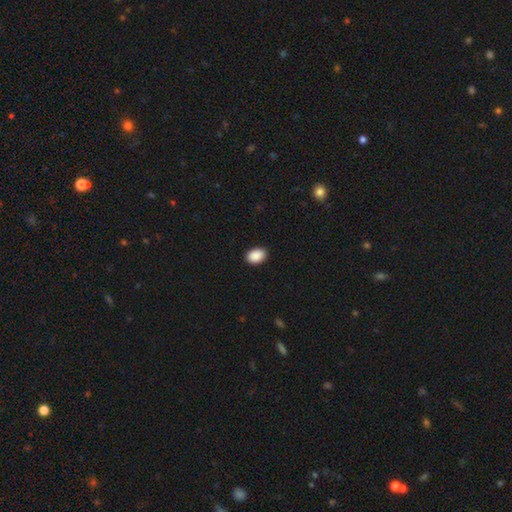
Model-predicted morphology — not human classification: A smooth galaxy with no disk features (90%) that is in between round and cigar-shaped (81%). Merging: none (89%).